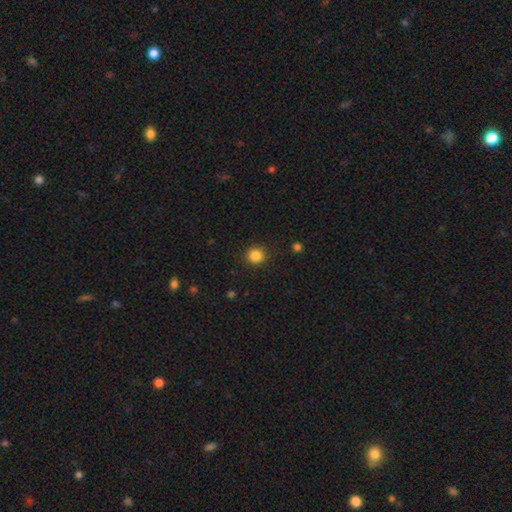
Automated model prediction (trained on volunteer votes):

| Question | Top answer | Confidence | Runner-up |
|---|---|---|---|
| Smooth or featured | smooth | 85% | star or artifact (11%) |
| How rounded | round | 92% | in between (7%) |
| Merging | none | 90% | minor disturbance (6%) |